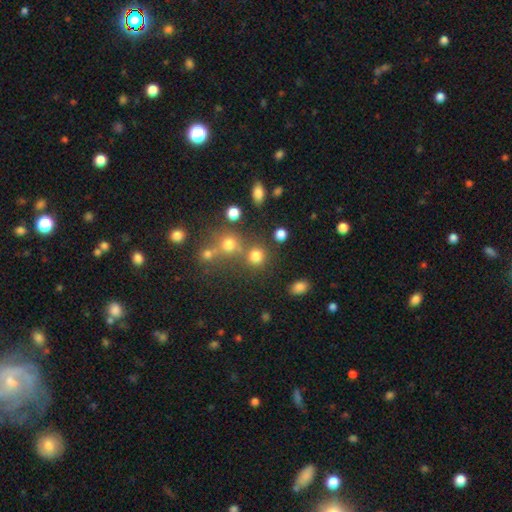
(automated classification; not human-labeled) Morphology: type=smooth (77%); roundness=round (86%); merging=none (67%).